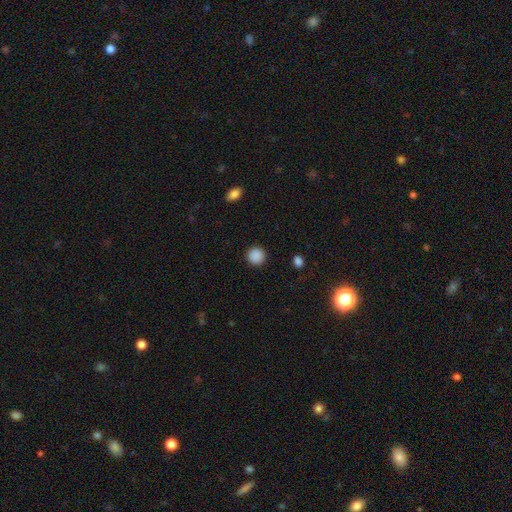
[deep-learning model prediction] Morphology: type=smooth (88%); roundness=round (94%); merging=none (92%).